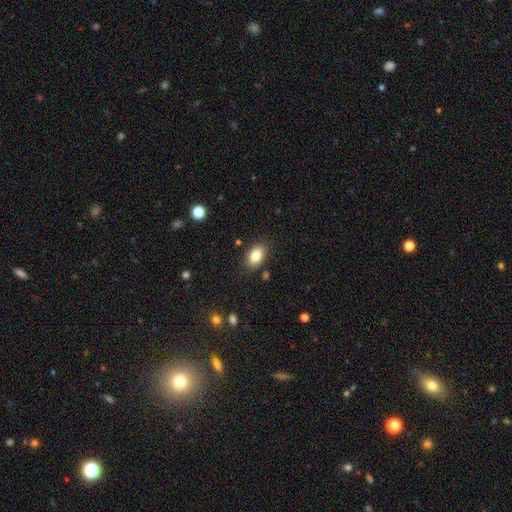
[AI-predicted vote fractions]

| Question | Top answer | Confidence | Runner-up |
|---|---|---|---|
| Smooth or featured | smooth | 82% | featured or disk (10%) |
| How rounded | in between | 89% | round (10%) |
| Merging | none | 84% | minor disturbance (11%) |